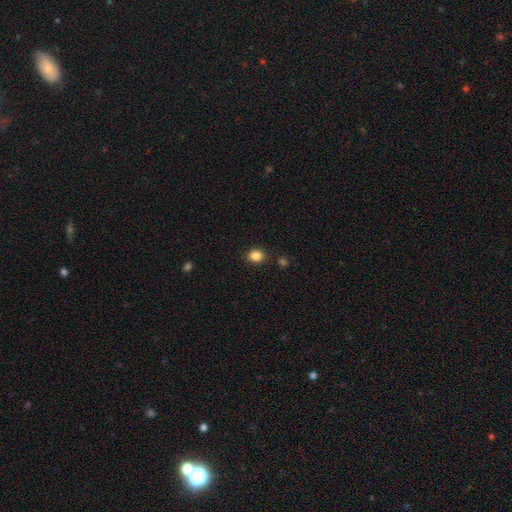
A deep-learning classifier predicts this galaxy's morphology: smooth-or-featured: smooth: 84% | star or artifact: 11% | featured or disk: 5%
  how-rounded: round: 58% | in between: 41% | cigar-shaped: 1%
  merging: none: 88% | minor disturbance: 7% | merger: 2% | major disturbance: 2%